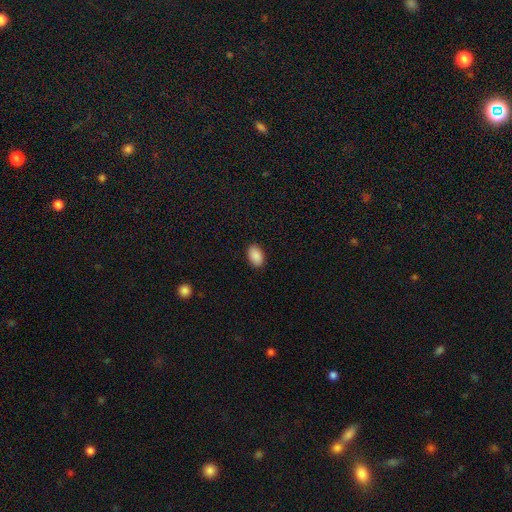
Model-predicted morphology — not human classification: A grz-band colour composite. It shows a smooth galaxy with no disk features (90%) that is in between round and cigar-shaped (91%). Merging: none (89%).